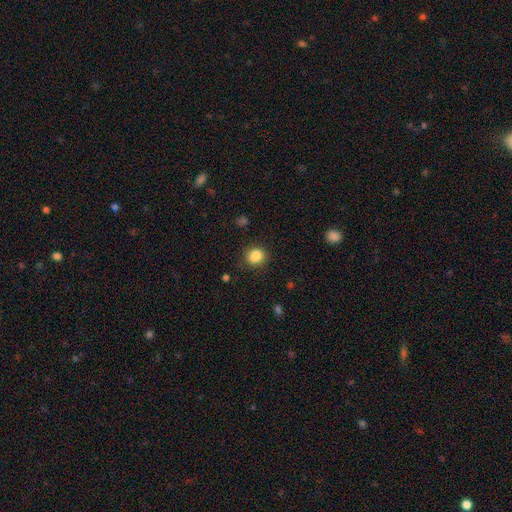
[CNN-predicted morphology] type=smooth (84%); roundness=round (70%); merging=none (78%).